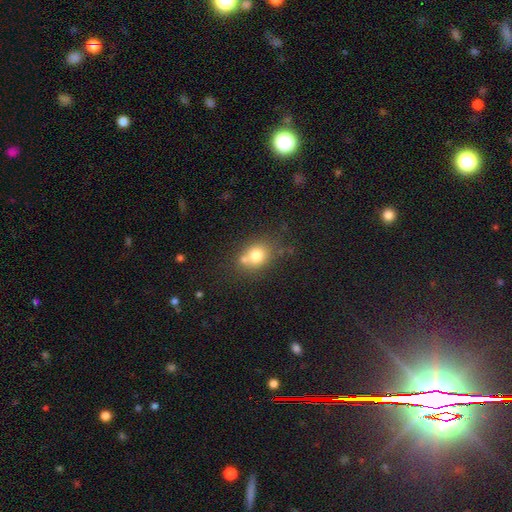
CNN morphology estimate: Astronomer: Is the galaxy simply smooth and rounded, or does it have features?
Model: smooth — 75%.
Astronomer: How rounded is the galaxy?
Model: round — 61% (runner-up: in between, 38%).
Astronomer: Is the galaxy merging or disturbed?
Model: none — 54% (runner-up: merger, 29%).